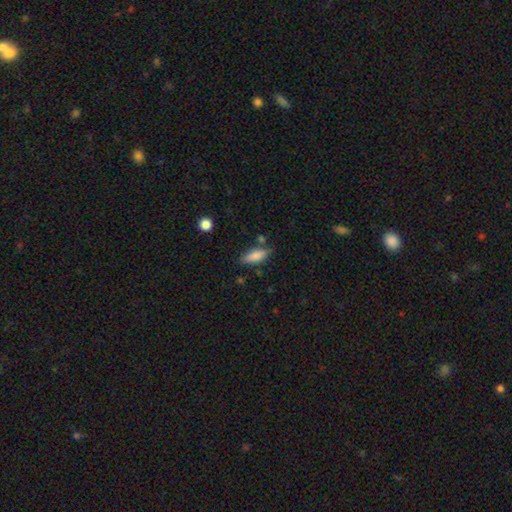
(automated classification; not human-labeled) smooth-or-featured: smooth: 81% | featured or disk: 12% | star or artifact: 7%
  how-rounded: in between: 73% | cigar-shaped: 24% | round: 2%
  merging: none: 72% | minor disturbance: 19% | merger: 5% | major disturbance: 4%